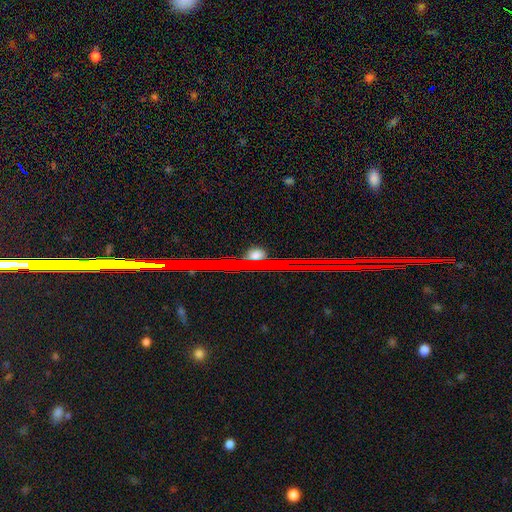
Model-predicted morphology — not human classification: star or artifact 54%, smooth 28%, featured or disk 18%.